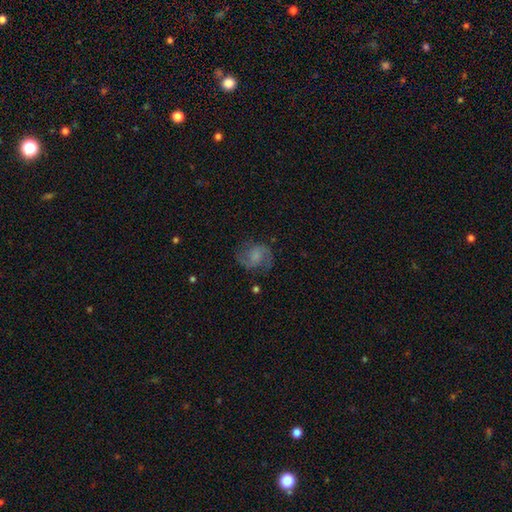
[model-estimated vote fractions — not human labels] Morphology: type=featured or disk (63%); edge-on=no (98%); bar=no (57%); spiral arms=yes (90%); winding=medium (51%); arm count=2 (84%); bulge=none (37%); merging=none (67%).